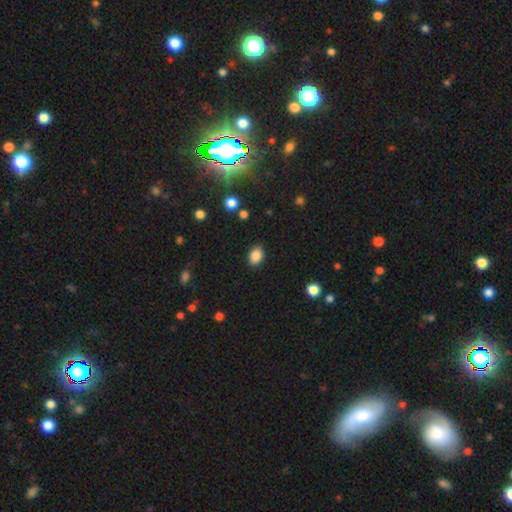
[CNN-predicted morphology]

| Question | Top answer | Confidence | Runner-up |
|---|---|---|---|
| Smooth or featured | smooth | 87% | star or artifact (9%) |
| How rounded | in between | 72% | round (27%) |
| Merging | none | 86% | minor disturbance (10%) |